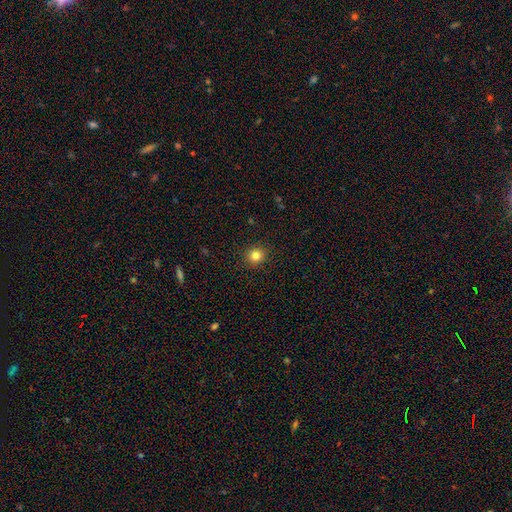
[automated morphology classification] The model was most divided on "smooth or featured": smooth: 82%, star or artifact: 12%, featured or disk: 6%. More confident: merging — none (91%); how rounded — round (88%).